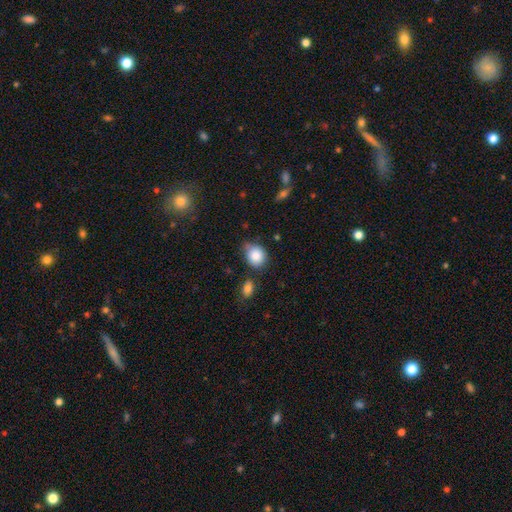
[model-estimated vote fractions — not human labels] smooth_or_featured: smooth (p=0.85) [alt: star or artifact p=0.09]
how_rounded: round (p=0.64) [alt: in between p=0.35]
merging: none (p=0.58) [alt: minor disturbance p=0.30]